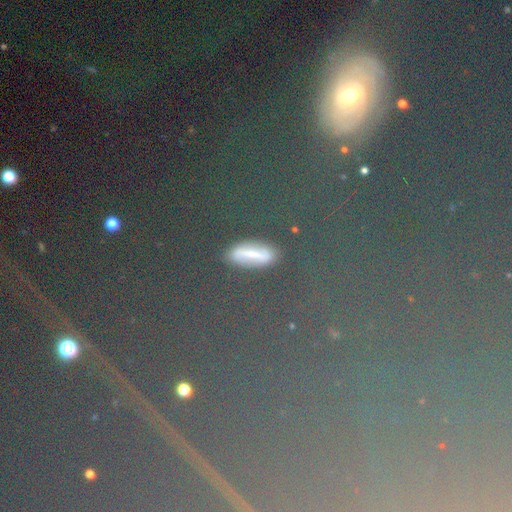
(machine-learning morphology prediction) Smooth or featured? Predicted: star or artifact (p=0.45).